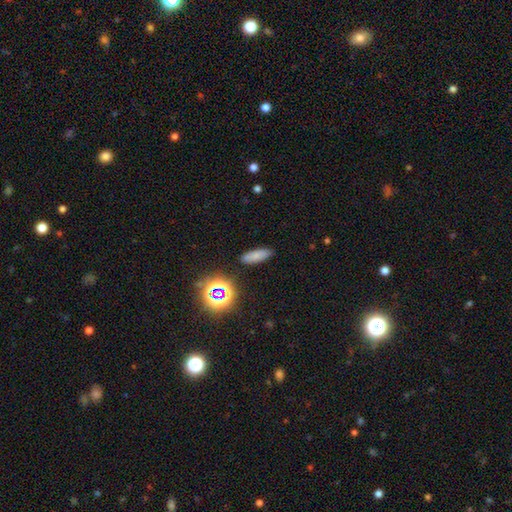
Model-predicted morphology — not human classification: The model was most divided on "how rounded": in between: 60%, cigar-shaped: 34%, round: 5%. More confident: merging — none (86%); smooth or featured — smooth (74%).